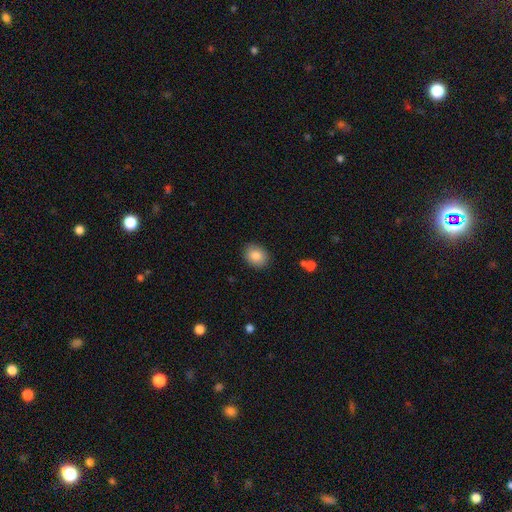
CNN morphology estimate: Smooth or featured?
  - smooth: 85% *
  - star or artifact: 8%
  - featured or disk: 7%
How rounded?
  - round: 51% *
  - in between: 49%
  - cigar-shaped: 1%
Merging?
  - none: 88% *
  - minor disturbance: 9%
  - major disturbance: 2%
  - merger: 1%